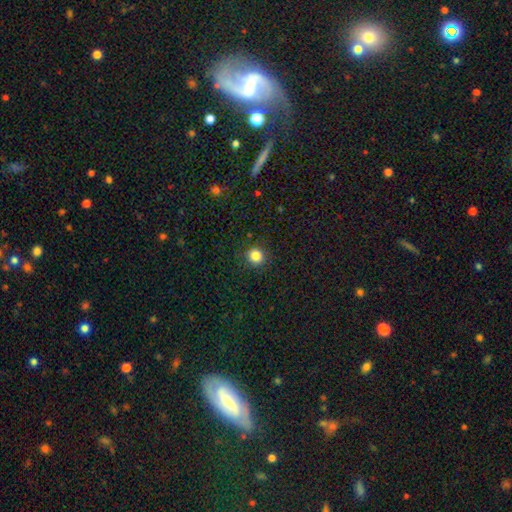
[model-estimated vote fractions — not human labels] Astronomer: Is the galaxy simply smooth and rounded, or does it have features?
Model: smooth — 85%.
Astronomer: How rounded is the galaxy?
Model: round — 91%.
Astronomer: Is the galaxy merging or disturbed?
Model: none — 90%.